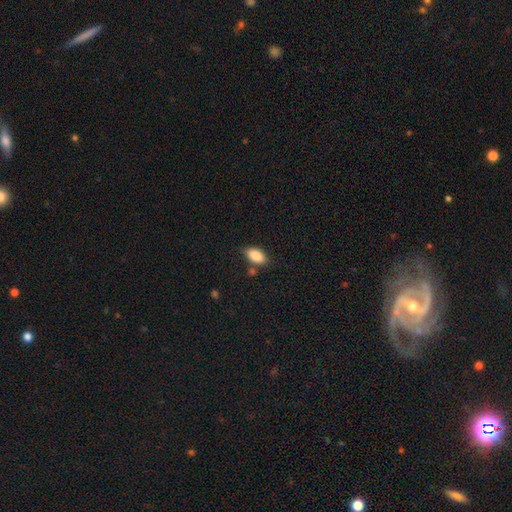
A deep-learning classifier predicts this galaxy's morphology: A smooth galaxy with no disk features (86%) that is in between round and cigar-shaped (91%).

Vote fractions:
- Smooth or featured? smooth: 86% / star or artifact: 7% / featured or disk: 7%
- How rounded? in between: 91% / round: 5% / cigar-shaped: 4%
- Merging? none: 72% / minor disturbance: 18% / merger: 7% / major disturbance: 4%